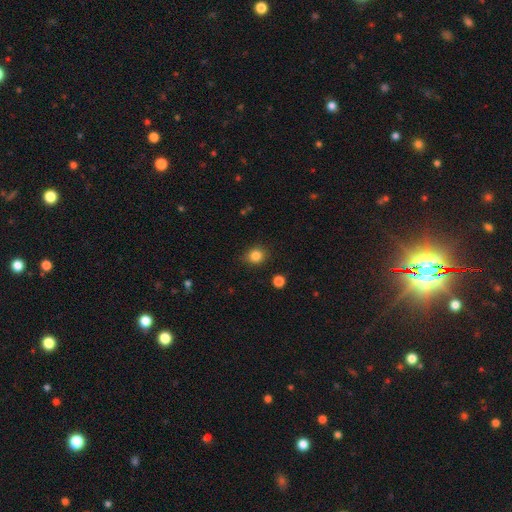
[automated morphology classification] type=smooth (84%); roundness=round (74%); merging=none (84%).